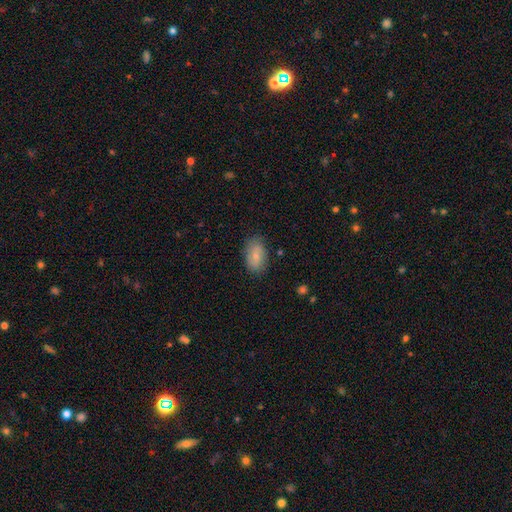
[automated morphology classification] smooth_or_featured: smooth (p=0.77) [alt: featured or disk p=0.16]
how_rounded: in between (p=0.91) [alt: round p=0.07]
merging: none (p=0.80) [alt: minor disturbance p=0.15]